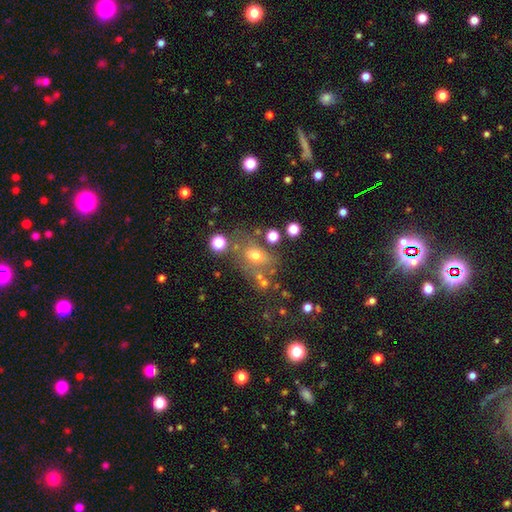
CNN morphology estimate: Smooth or featured? smooth (61%)
How rounded? in between (59%)
Merging? none (59%)